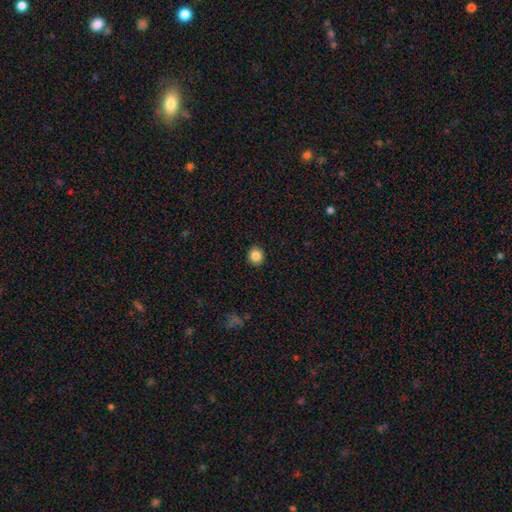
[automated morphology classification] Smooth or featured?
  - smooth: 86% *
  - star or artifact: 10%
  - featured or disk: 4%
How rounded?
  - round: 87% *
  - in between: 13%
  - cigar-shaped: 1%
Merging?
  - none: 92% *
  - minor disturbance: 5%
  - major disturbance: 2%
  - merger: 1%